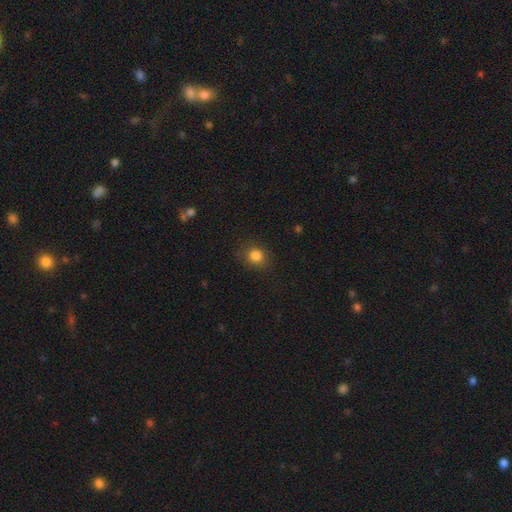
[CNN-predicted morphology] type=smooth (83%); roundness=round (77%); merging=none (84%).